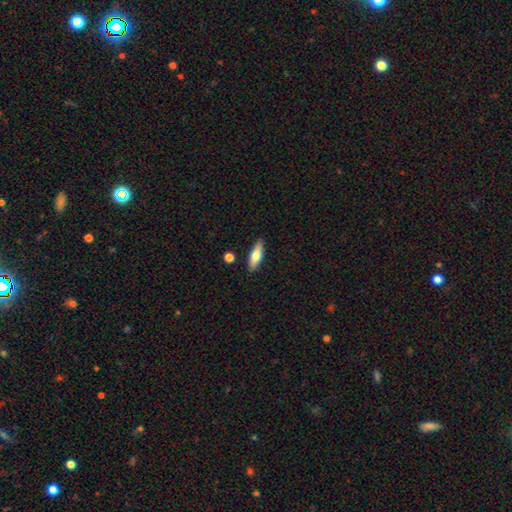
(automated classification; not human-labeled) Overall: smooth (70%). How rounded: cigar-shaped (49%, tied with in between). Merging: none (86%).